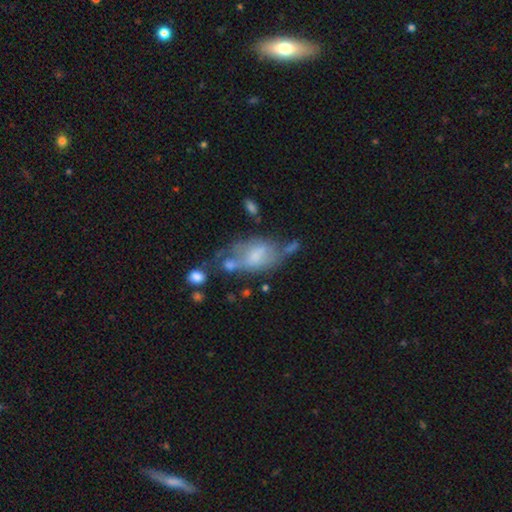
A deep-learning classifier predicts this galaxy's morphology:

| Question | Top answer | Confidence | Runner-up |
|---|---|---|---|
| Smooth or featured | featured or disk | 49% | smooth (42%) |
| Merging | none | 30% | minor disturbance (26%) |